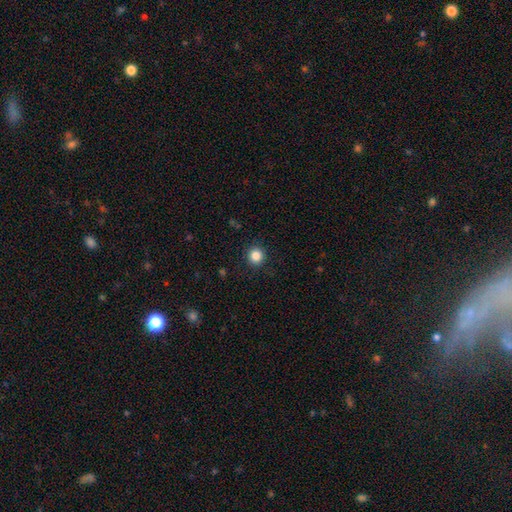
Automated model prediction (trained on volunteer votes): Q: Smooth or featured?
A: smooth (85%); runner-up: star or artifact (11%)
Q: How rounded?
A: round (93%); runner-up: in between (6%)
Q: Merging?
A: none (92%); runner-up: minor disturbance (5%)